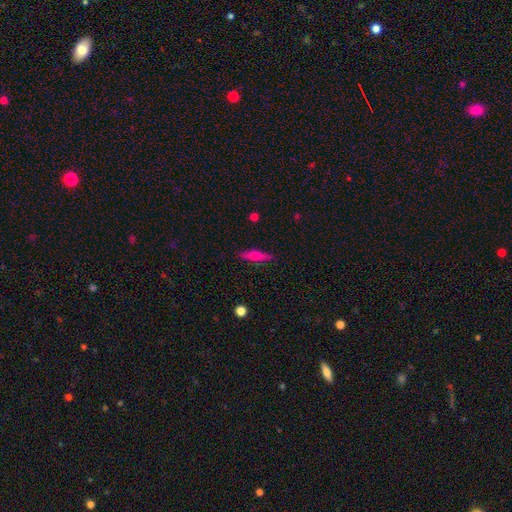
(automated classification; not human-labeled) A featured or disk galaxy (47%).

Vote fractions:
- Smooth or featured? featured or disk: 47% / smooth: 46% / star or artifact: 7%
- Merging? none: 89% / minor disturbance: 8% / major disturbance: 2% / merger: 1%